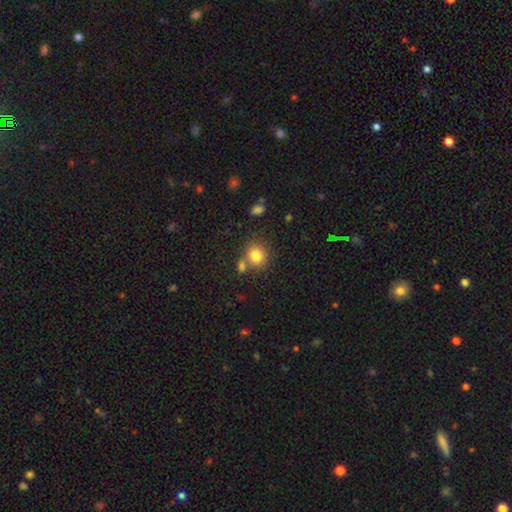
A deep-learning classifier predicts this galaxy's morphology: The model was most divided on "merging": none: 61%, merger: 25%, minor disturbance: 10%, major disturbance: 4%. More confident: how rounded — round (83%); smooth or featured — smooth (81%).